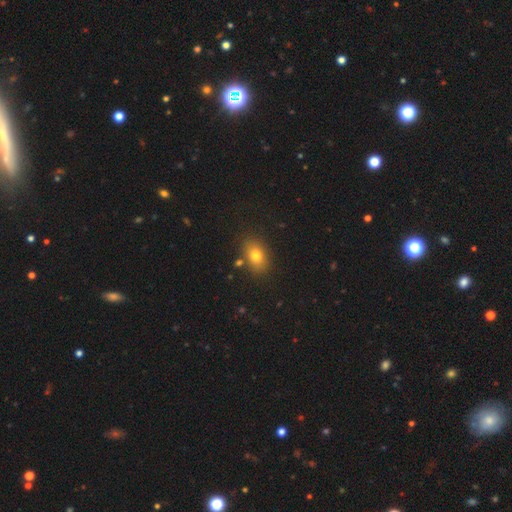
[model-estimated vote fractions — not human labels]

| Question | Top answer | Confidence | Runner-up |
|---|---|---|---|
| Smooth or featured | smooth | 78% | featured or disk (11%) |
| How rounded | in between | 76% | round (23%) |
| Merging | none | 81% | minor disturbance (11%) |